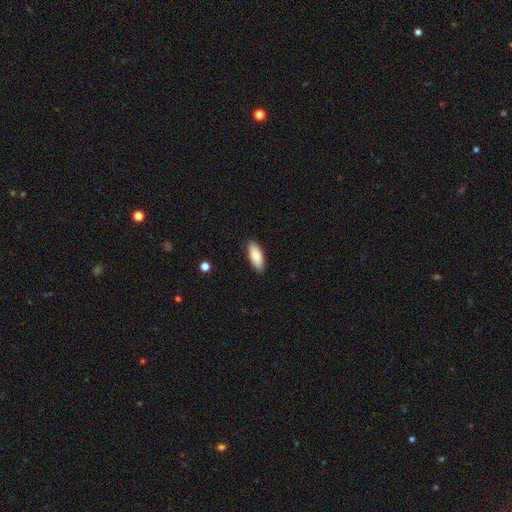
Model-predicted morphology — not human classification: A smooth galaxy with no disk features (86%) that is in between round and cigar-shaped (85%).

Vote fractions:
- Smooth or featured? smooth: 86% / featured or disk: 8% / star or artifact: 6%
- How rounded? in between: 85% / cigar-shaped: 14% / round: 2%
- Merging? none: 88% / minor disturbance: 9% / major disturbance: 2% / merger: 1%